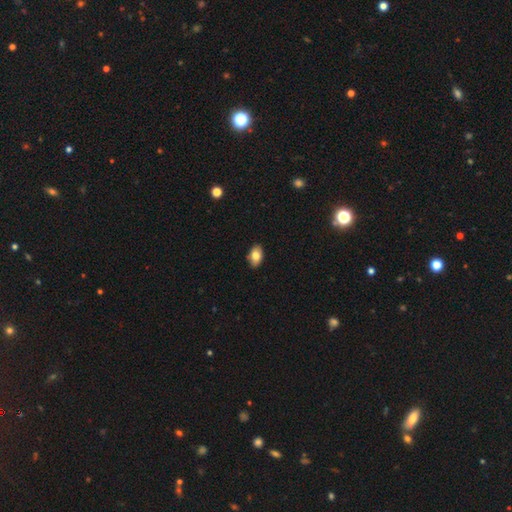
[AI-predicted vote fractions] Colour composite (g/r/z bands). It shows a smooth galaxy with no disk features (80%) that is in between round and cigar-shaped (90%). Merging: none (88%).